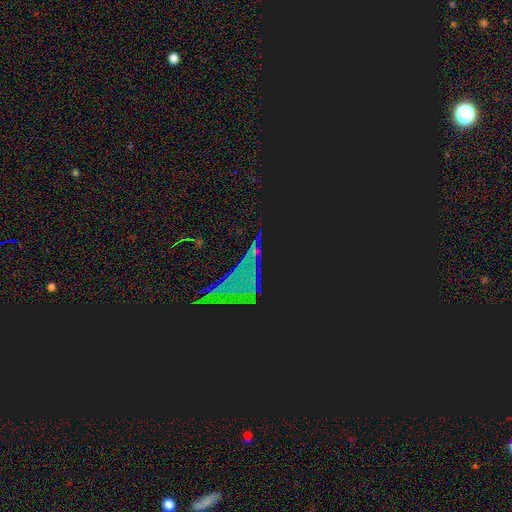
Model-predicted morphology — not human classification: Smooth or featured: star or artifact — 77% (smooth — 12%)